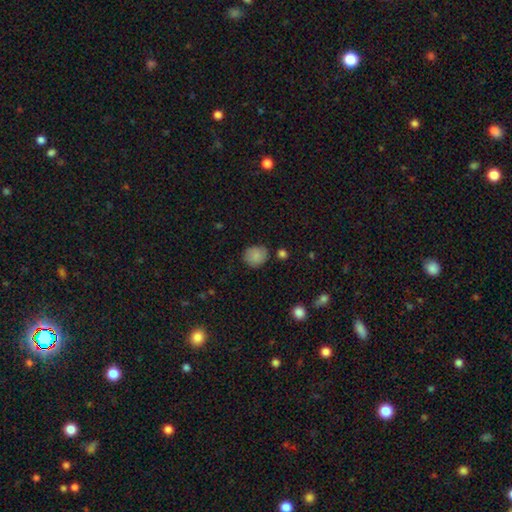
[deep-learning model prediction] A smooth galaxy with no disk features (85%) that is round (73%).

Vote fractions:
- Smooth or featured? smooth: 85% / star or artifact: 9% / featured or disk: 7%
- How rounded? round: 73% / in between: 26% / cigar-shaped: 1%
- Merging? none: 77% / minor disturbance: 16% / major disturbance: 4% / merger: 3%